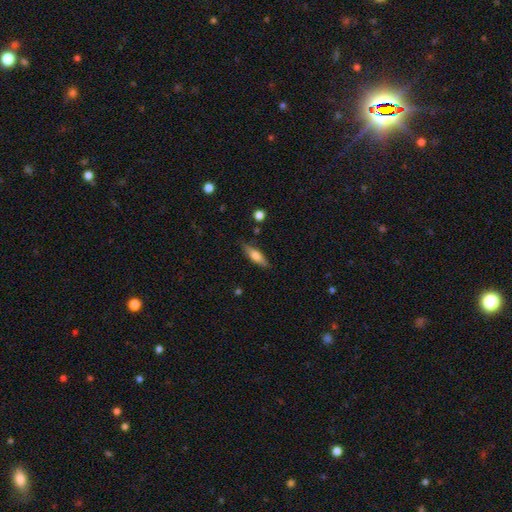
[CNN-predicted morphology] Q: Smooth or featured?
A: smooth (59%); runner-up: featured or disk (35%)
Q: How rounded?
A: cigar-shaped (62%); runner-up: in between (36%)
Q: Merging?
A: none (84%); runner-up: minor disturbance (11%)